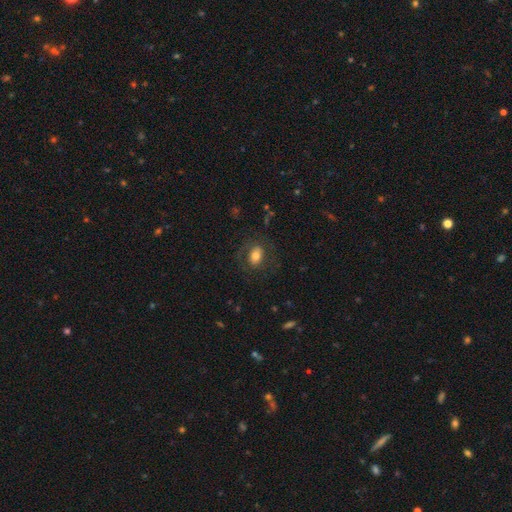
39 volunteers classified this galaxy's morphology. Q: Smooth or featured?
A: smooth (74%); runner-up: featured or disk (23%)
Q: How rounded?
A: in between (79%); runner-up: round (21%)
Q: Merging?
A: none (66%); runner-up: major disturbance (18%)